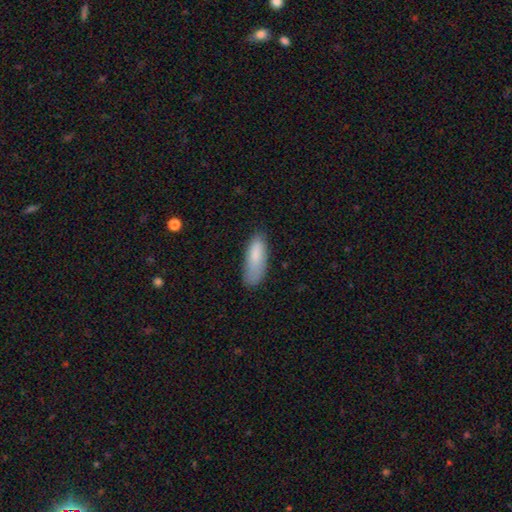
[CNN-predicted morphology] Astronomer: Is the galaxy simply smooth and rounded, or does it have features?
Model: smooth — 83%.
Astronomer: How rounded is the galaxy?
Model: in between — 63%.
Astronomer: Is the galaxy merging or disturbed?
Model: none — 63%.